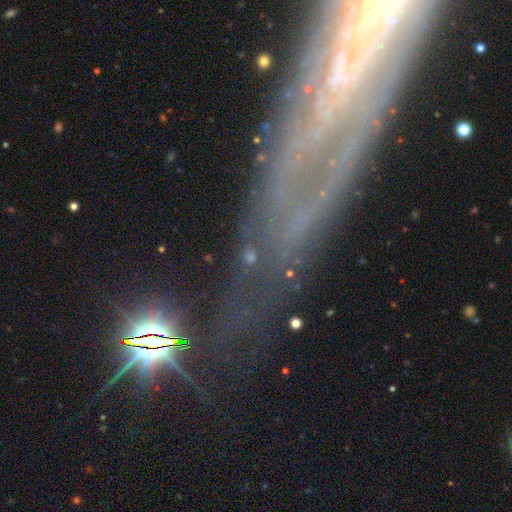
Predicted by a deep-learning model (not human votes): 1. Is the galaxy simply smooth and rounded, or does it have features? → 47% featured or disk, 34% star or artifact, 19% smooth.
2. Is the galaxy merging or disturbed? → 67% none, 16% minor disturbance, 12% major disturbance, 6% merger.